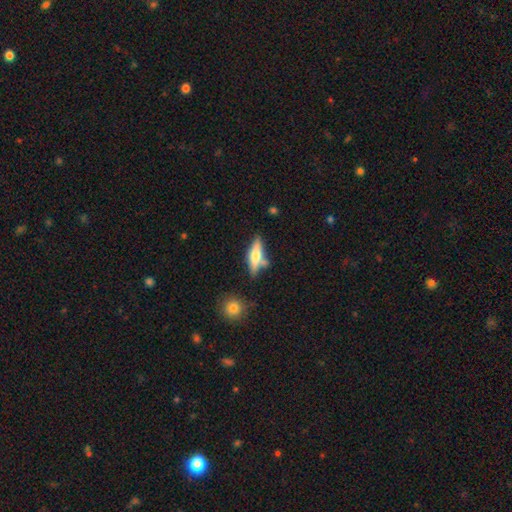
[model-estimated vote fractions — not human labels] The model was most divided on "how rounded": cigar-shaped: 54%, in between: 43%, round: 3%. More confident: merging — none (62%); smooth or featured — smooth (53%).